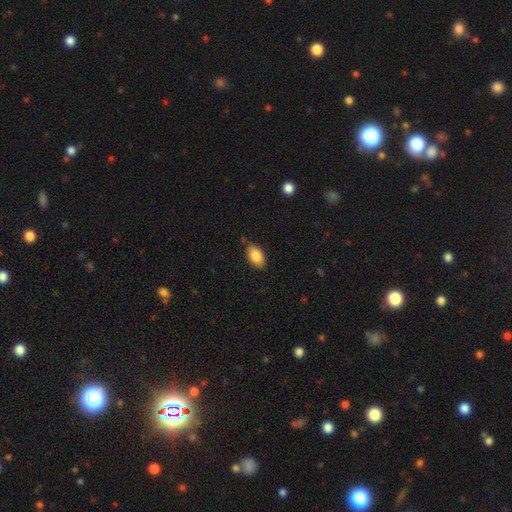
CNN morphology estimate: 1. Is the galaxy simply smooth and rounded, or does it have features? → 87% smooth, 7% star or artifact, 6% featured or disk.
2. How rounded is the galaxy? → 94% in between, 4% round, 2% cigar-shaped.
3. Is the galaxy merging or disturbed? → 82% none, 13% minor disturbance, 2% major disturbance, 2% merger.